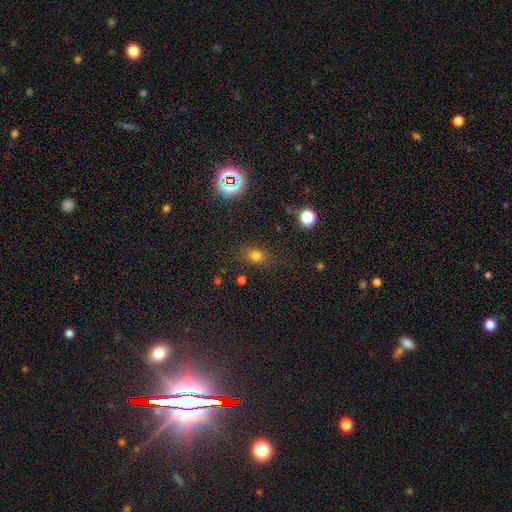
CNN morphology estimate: smooth_or_featured: smooth (p=0.73) [alt: star or artifact p=0.19]
how_rounded: round (p=0.51) [alt: in between p=0.47]
merging: none (p=0.81) [alt: minor disturbance p=0.13]